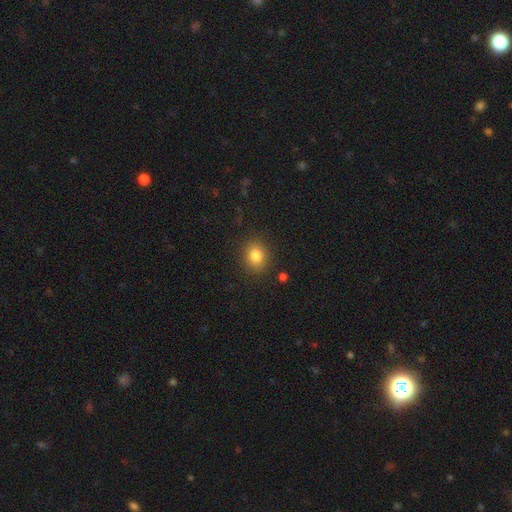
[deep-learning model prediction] smooth_or_featured: smooth (p=0.82) [alt: star or artifact p=0.11]
how_rounded: round (p=0.67) [alt: in between p=0.32]
merging: none (p=0.88) [alt: minor disturbance p=0.08]